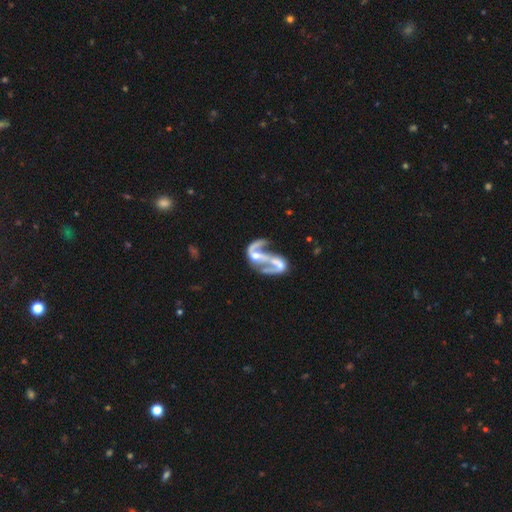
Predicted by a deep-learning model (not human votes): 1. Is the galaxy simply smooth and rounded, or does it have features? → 81% featured or disk, 10% smooth, 8% star or artifact.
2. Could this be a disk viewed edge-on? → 97% no, 3% yes.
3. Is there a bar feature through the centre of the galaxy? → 54% no, 29% weak, 17% strong.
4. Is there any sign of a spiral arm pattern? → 74% yes, 26% no.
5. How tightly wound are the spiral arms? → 67% loose, 26% medium, 7% tight.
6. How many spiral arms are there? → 67% 2, 16% 1, 9% can't tell, 4% 3, 2% 4, 2% more than 4.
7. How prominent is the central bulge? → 44% moderate, 27% small, 20% none, 7% large, 2% dominant.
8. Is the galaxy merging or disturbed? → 46% merger, 28% major disturbance, 17% none, 9% minor disturbance.